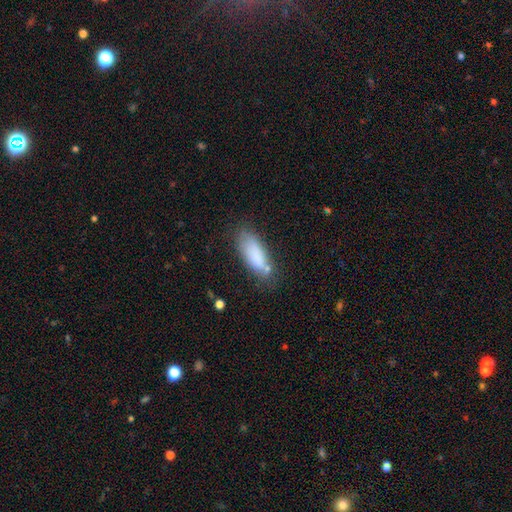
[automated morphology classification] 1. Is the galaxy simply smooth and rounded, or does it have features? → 81% smooth, 11% featured or disk, 7% star or artifact.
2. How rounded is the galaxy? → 68% in between, 30% cigar-shaped, 2% round.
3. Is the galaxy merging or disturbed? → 63% none, 23% minor disturbance, 7% major disturbance, 7% merger.